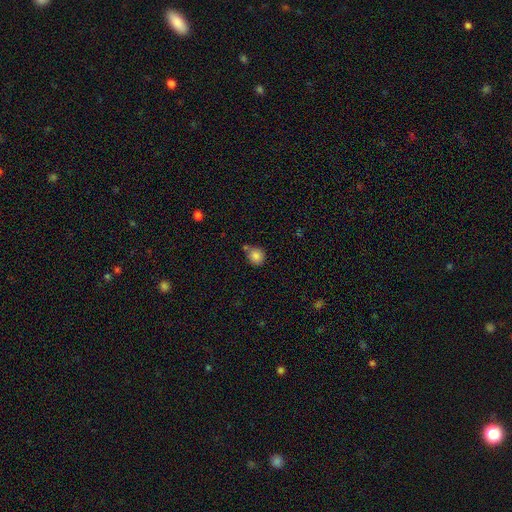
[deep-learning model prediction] Q: Smooth or featured?
A: smooth (85%); runner-up: star or artifact (10%)
Q: How rounded?
A: round (84%); runner-up: in between (15%)
Q: Merging?
A: none (64%); runner-up: minor disturbance (16%)